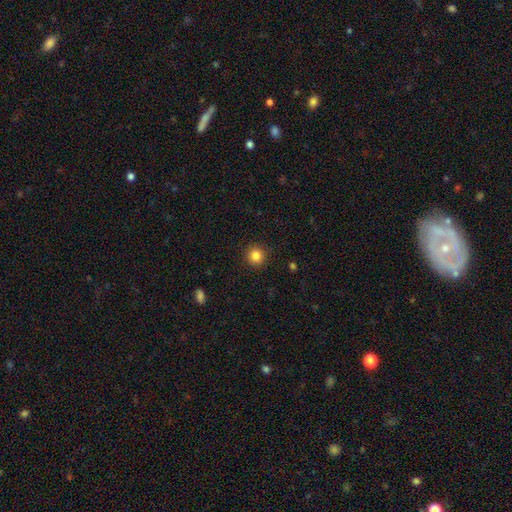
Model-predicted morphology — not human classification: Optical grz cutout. It shows a smooth galaxy with no disk features (84%) that is round (93%). Merging: none (91%).